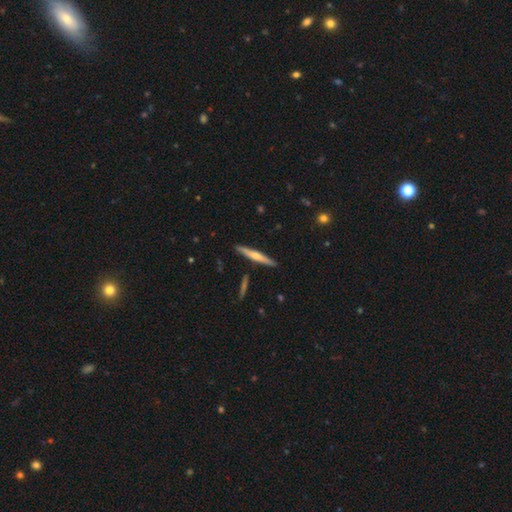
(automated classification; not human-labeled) Smooth or featured: featured or disk — 56% (smooth — 38%)
Edge-on disk: yes — 97% (no — 3%)
Edge-on bulge: rounded — 78% (none — 17%)
Merging: none — 89% (minor disturbance — 7%)